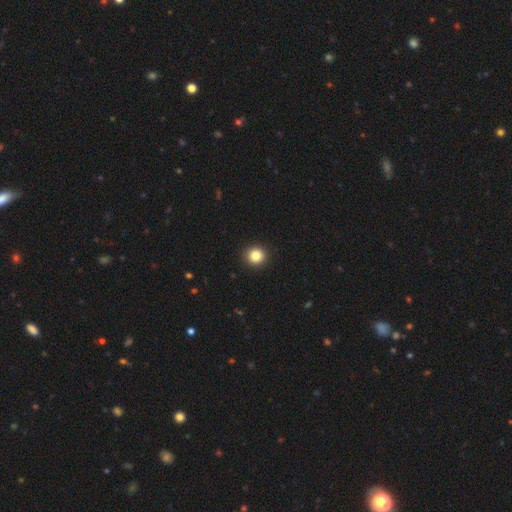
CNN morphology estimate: Smooth or featured?
  - smooth: 84% *
  - star or artifact: 11%
  - featured or disk: 5%
How rounded?
  - round: 89% *
  - in between: 10%
  - cigar-shaped: 1%
Merging?
  - none: 93% *
  - minor disturbance: 5%
  - major disturbance: 2%
  - merger: 1%